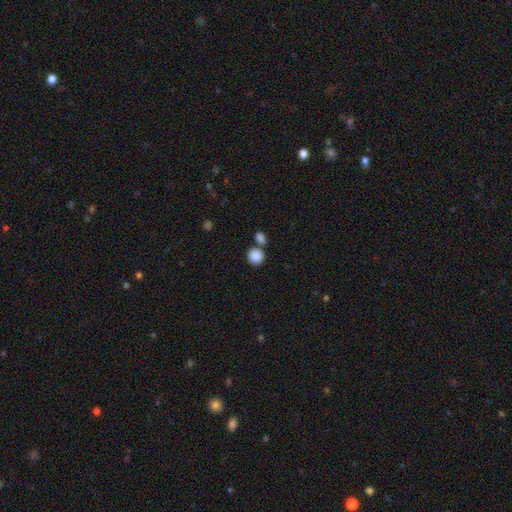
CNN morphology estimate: Overall: smooth (88%). How rounded: round (86%). Merging: none (63%; merger 26%).